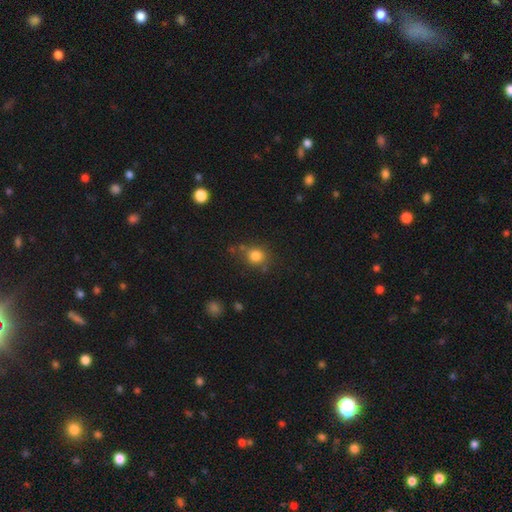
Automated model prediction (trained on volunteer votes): Smooth or featured?
  - smooth: 81% *
  - star or artifact: 12%
  - featured or disk: 7%
How rounded?
  - round: 82% *
  - in between: 17%
  - cigar-shaped: 1%
Merging?
  - none: 69% *
  - minor disturbance: 16%
  - merger: 9%
  - major disturbance: 6%